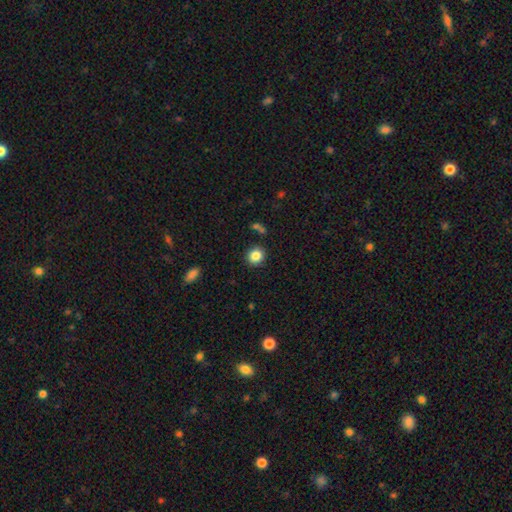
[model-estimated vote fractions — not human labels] A smooth galaxy with no disk features (84%) that is round (87%).

Vote fractions:
- Smooth or featured? smooth: 84% / star or artifact: 10% / featured or disk: 5%
- How rounded? round: 87% / in between: 12% / cigar-shaped: 1%
- Merging? none: 87% / minor disturbance: 8% / merger: 3% / major disturbance: 2%